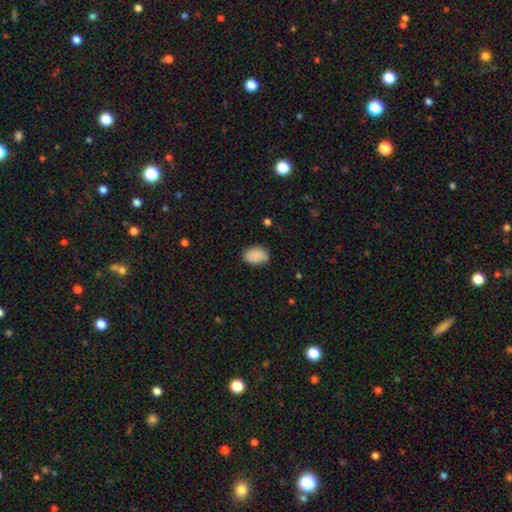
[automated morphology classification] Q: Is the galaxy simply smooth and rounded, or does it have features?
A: smooth — 89%.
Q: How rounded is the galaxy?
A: in between — 86%.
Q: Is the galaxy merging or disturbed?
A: none — 81%.